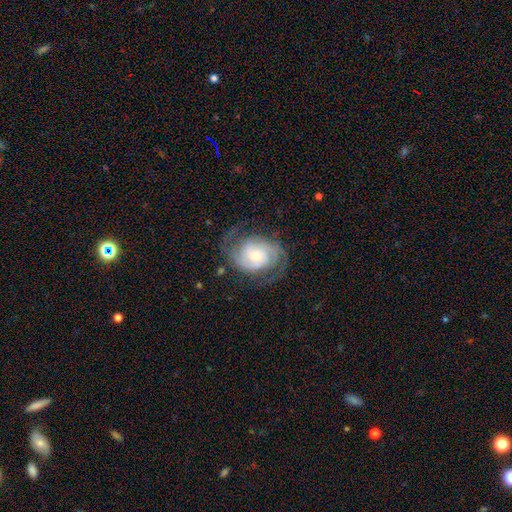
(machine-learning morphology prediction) Smooth or featured?
  - featured or disk: 86% *
  - smooth: 9%
  - star or artifact: 5%
Edge-on disk?
  - no: 98% *
  - yes: 2%
Bar?
  - no: 63% *
  - weak: 30%
  - strong: 7%
Spiral arms?
  - yes: 96% *
  - no: 4%
Spiral winding?
  - tight: 45% *
  - medium: 42%
  - loose: 13%
Spiral arm count?
  - 2: 78% *
  - can't tell: 9%
  - 3: 7%
  - 1: 3%
  - 4: 2%
  - more than 4: 2%
Bulge size?
  - small: 49% *
  - moderate: 40%
  - large: 7%
  - none: 3%
  - dominant: 2%
Merging?
  - none: 69% *
  - minor disturbance: 17%
  - major disturbance: 12%
  - merger: 1%